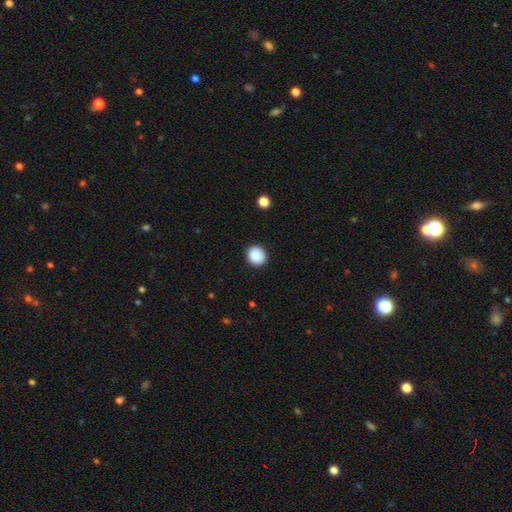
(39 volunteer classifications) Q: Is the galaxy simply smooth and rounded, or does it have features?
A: smooth — 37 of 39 (95%).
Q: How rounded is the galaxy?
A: round — 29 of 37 (78%).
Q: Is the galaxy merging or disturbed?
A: none — 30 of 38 (79%).